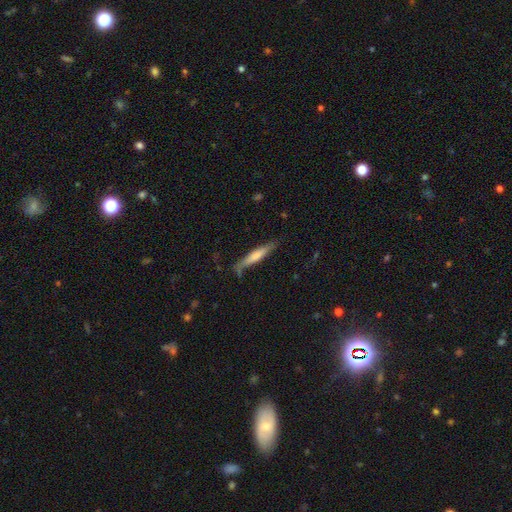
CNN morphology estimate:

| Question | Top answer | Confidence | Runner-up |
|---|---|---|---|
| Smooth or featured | smooth | 51% | featured or disk (43%) |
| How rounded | cigar-shaped | 92% | in between (7%) |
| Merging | none | 70% | minor disturbance (21%) |